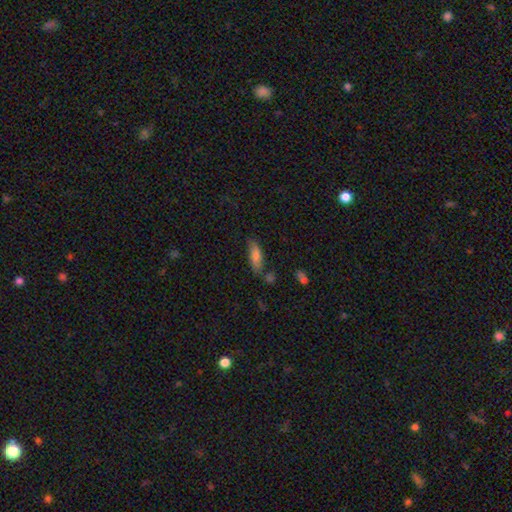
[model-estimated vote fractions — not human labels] smooth_or_featured: smooth (p=0.74) [alt: featured or disk p=0.18]
how_rounded: in between (p=0.61) [alt: cigar-shaped p=0.37]
merging: none (p=0.66) [alt: minor disturbance p=0.21]